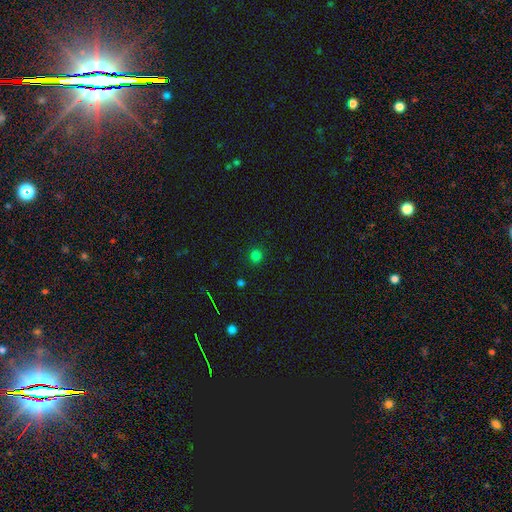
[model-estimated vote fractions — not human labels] Smooth or featured? Predicted: smooth (p=0.76). How rounded? Predicted: round (p=0.89). Merging? Predicted: none (p=0.88).